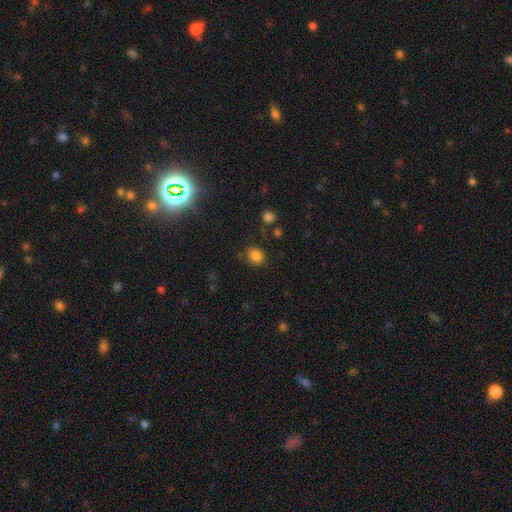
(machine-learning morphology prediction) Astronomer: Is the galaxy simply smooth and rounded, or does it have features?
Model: smooth — 81%.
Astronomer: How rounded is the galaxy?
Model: round — 67%.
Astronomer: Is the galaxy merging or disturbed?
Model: none — 73%.